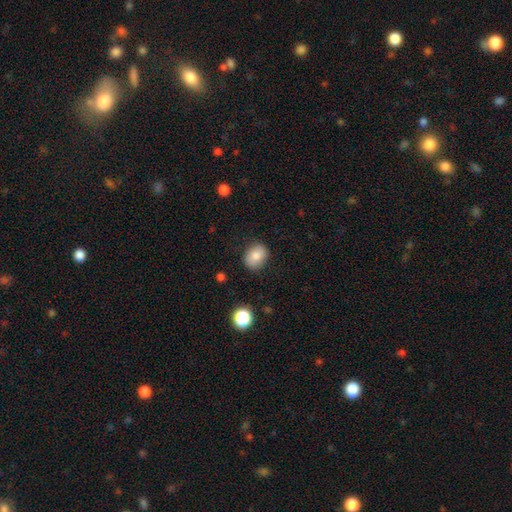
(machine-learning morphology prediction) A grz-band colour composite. It shows a smooth galaxy with no disk features (82%) that is round (50%). Merging: none (85%).